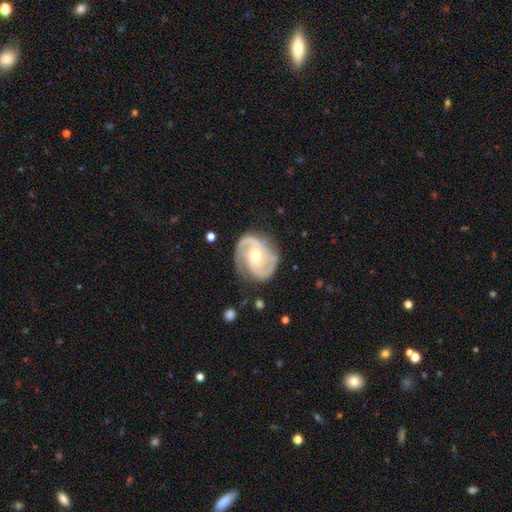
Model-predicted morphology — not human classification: smooth-or-featured: featured or disk: 90% | smooth: 5% | star or artifact: 4%
  disk-edge-on: no: 98% | yes: 2%
    bar: no: 55% | weak: 33% | strong: 12%
    has-spiral-arms: yes: 97% | no: 3%
      spiral-winding: medium: 48% | tight: 40% | loose: 12%
      spiral-arm-count: 2: 85% | 3: 6% | can't tell: 4% | 1: 2% | 4: 2% | more than 4: 1%
    bulge-size: moderate: 57% | small: 39% | large: 2% | none: 1% | dominant: 1%
  merging: none: 77% | minor disturbance: 16% | major disturbance: 5% | merger: 1%